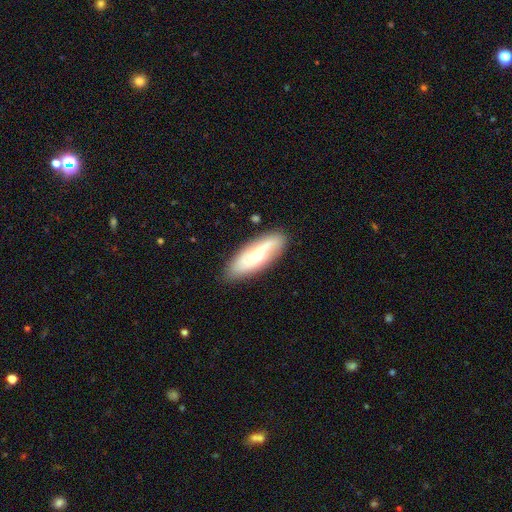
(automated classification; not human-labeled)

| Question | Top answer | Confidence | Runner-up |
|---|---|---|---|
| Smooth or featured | smooth | 50% | featured or disk (44%) |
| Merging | none | 83% | minor disturbance (12%) |